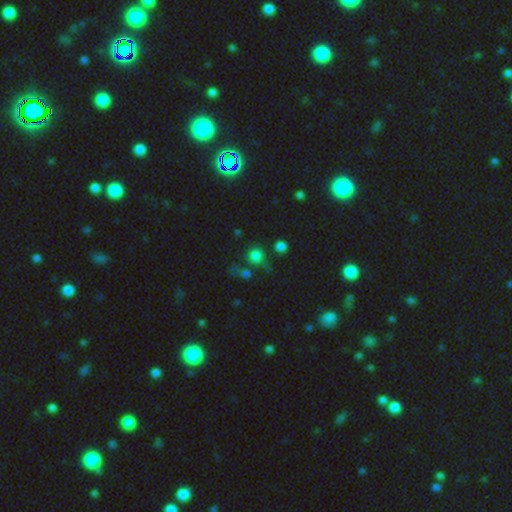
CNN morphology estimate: This appears to be a smooth galaxy with no disk features (74%) that is round (92%). Merging: none (70%).